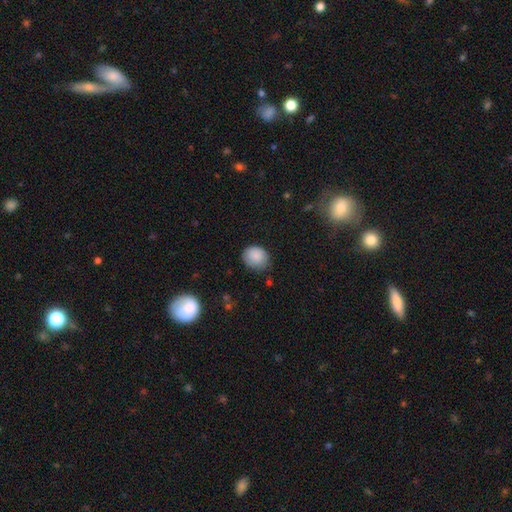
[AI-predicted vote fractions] smooth_or_featured: smooth (p=0.87) [alt: star or artifact p=0.08]
how_rounded: round (p=0.67) [alt: in between p=0.32]
merging: none (p=0.74) [alt: minor disturbance p=0.21]